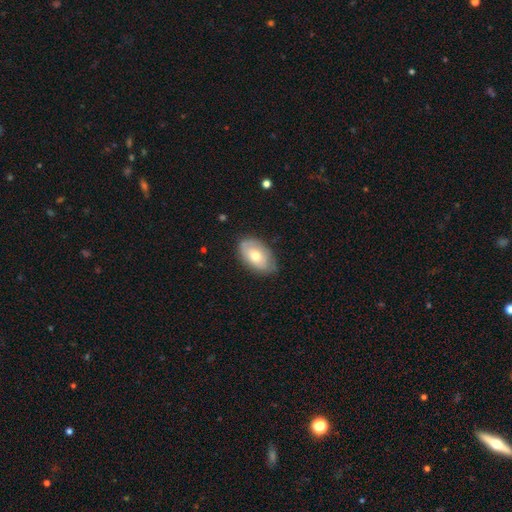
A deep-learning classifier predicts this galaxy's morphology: type=smooth (64%); roundness=in between (91%); merging=none (76%).